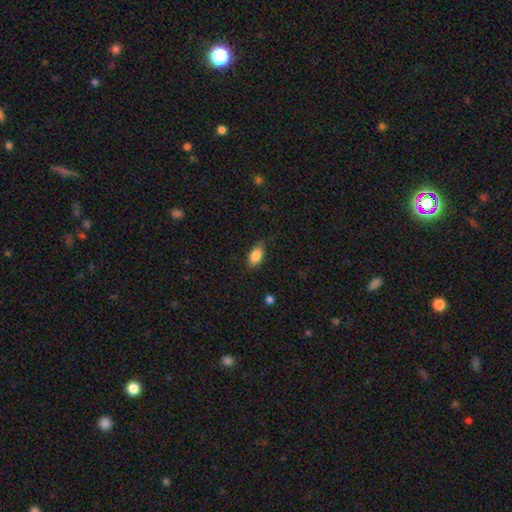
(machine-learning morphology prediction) smooth-or-featured: smooth: 86% | star or artifact: 7% | featured or disk: 7%
  how-rounded: in between: 90% | round: 5% | cigar-shaped: 4%
  merging: none: 74% | minor disturbance: 20% | major disturbance: 4% | merger: 1%